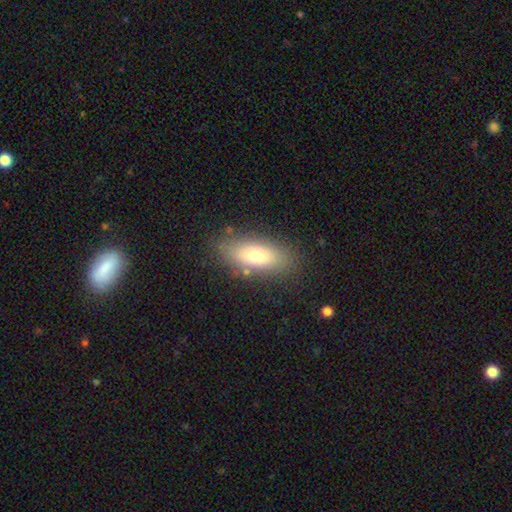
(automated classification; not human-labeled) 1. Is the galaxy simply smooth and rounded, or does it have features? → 71% smooth, 20% featured or disk, 8% star or artifact.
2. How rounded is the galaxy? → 77% in between, 20% cigar-shaped, 3% round.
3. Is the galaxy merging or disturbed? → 81% none, 12% minor disturbance, 4% major disturbance, 3% merger.